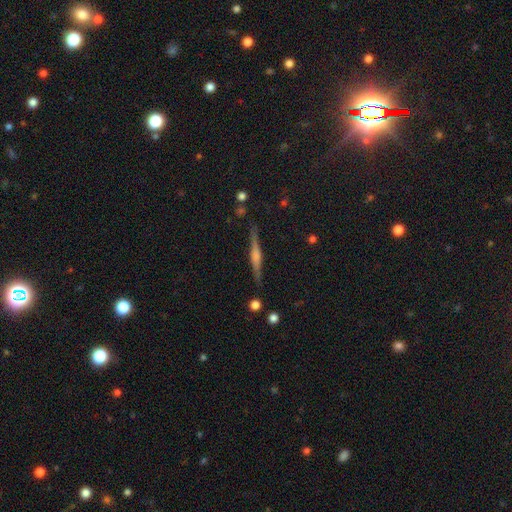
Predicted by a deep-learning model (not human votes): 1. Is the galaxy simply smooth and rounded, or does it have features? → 74% featured or disk, 15% smooth, 12% star or artifact.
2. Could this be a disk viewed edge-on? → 97% yes, 3% no.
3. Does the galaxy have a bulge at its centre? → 78% rounded, 12% boxy, 10% none.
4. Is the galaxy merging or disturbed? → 86% none, 9% minor disturbance, 2% merger, 2% major disturbance.